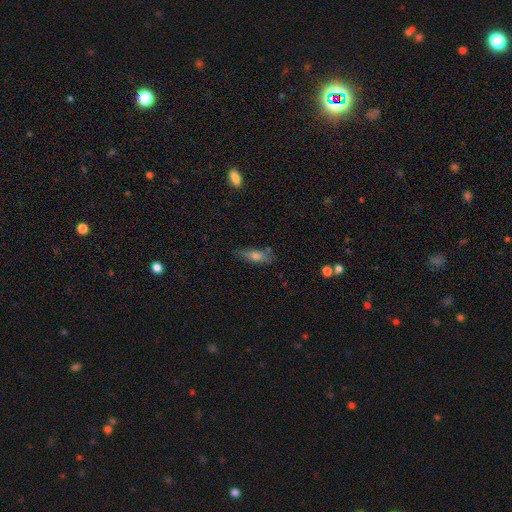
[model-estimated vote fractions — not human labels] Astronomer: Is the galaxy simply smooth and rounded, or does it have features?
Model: smooth — 61%.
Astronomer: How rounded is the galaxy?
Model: cigar-shaped — 51% (runner-up: in between, 45%).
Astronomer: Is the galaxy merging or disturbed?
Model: none — 70%.